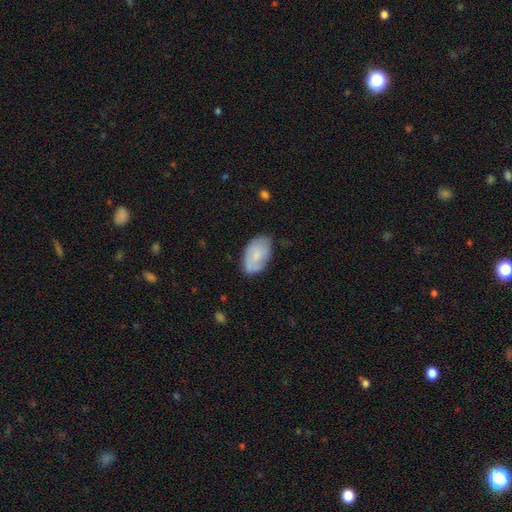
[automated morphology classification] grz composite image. It shows a smooth galaxy with no disk features (64%) that is in between round and cigar-shaped (93%). Merging: none (73%).